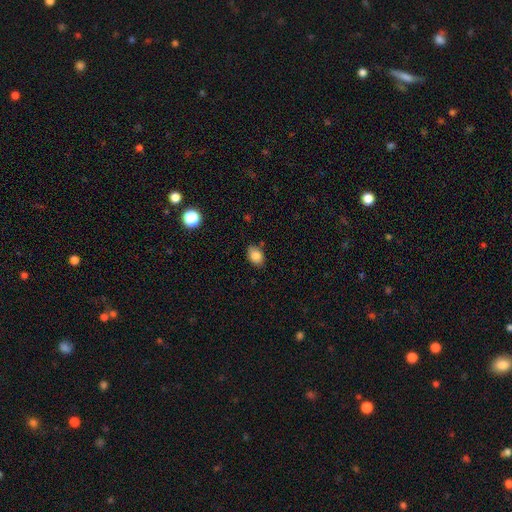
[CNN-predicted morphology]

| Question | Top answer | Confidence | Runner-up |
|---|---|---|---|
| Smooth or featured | smooth | 84% | star or artifact (9%) |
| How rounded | in between | 79% | round (20%) |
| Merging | none | 80% | minor disturbance (15%) |